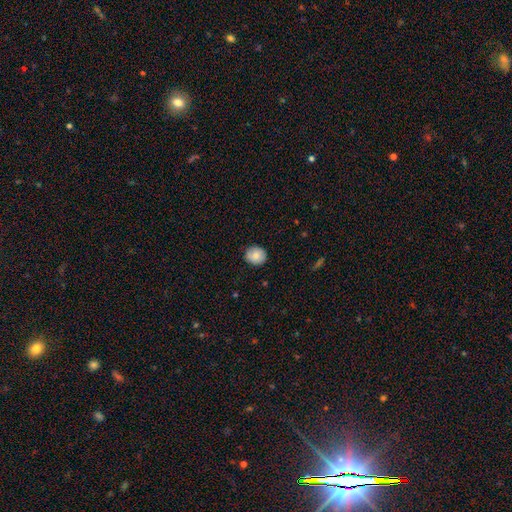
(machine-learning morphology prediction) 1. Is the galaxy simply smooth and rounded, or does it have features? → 81% smooth, 11% featured or disk, 8% star or artifact.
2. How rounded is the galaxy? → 81% round, 18% in between, 1% cigar-shaped.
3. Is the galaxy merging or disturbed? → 86% none, 11% minor disturbance, 2% major disturbance, 1% merger.